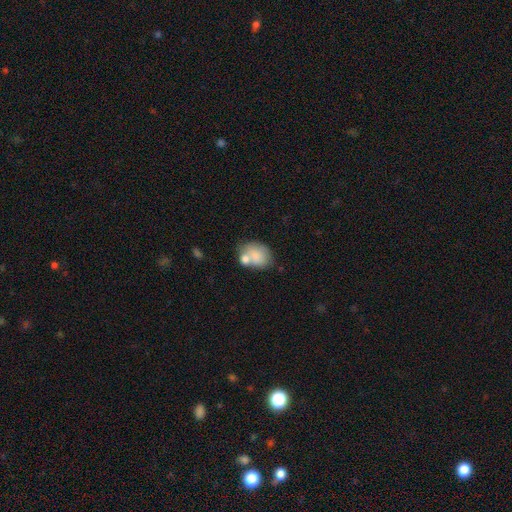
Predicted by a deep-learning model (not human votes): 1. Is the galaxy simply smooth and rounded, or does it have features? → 76% smooth, 16% featured or disk, 8% star or artifact.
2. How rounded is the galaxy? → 66% in between, 33% round, 1% cigar-shaped.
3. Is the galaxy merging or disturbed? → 40% none, 36% merger, 17% minor disturbance, 7% major disturbance.